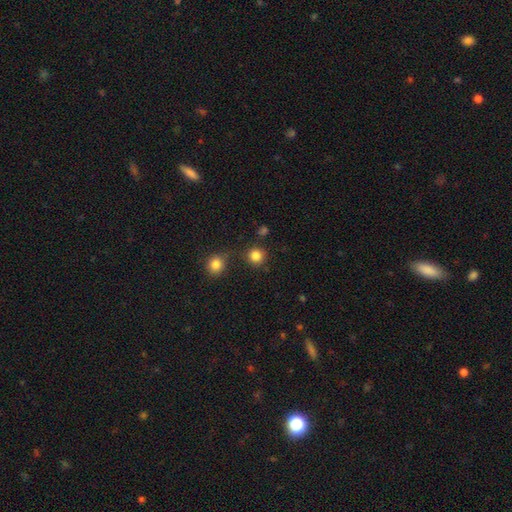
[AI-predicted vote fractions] A smooth galaxy with no disk features (83%) that is round (93%). Merging: none (82%).